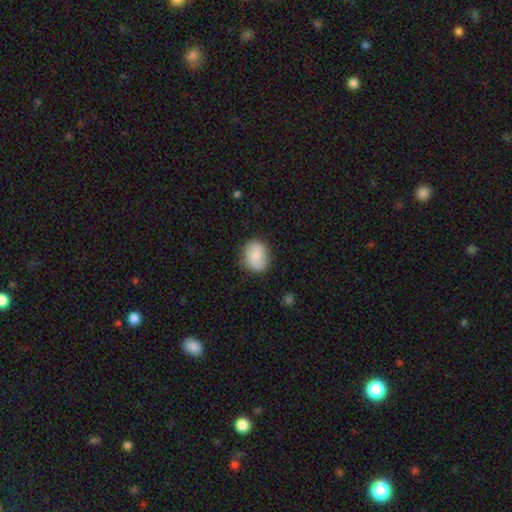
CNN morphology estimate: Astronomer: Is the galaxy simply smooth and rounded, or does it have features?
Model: smooth — 72%.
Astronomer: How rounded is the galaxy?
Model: round — 52% (runner-up: in between, 47%).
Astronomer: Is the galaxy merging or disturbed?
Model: none — 77%.